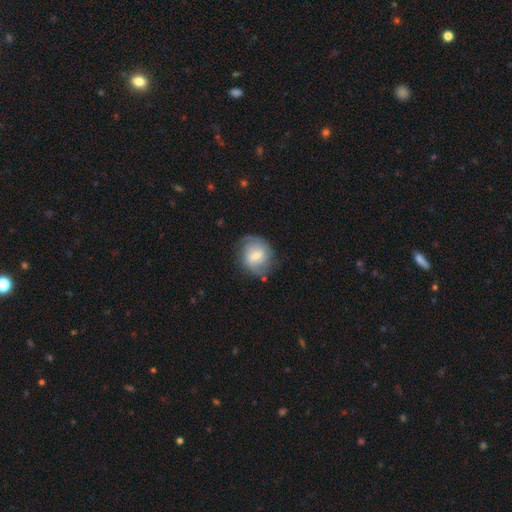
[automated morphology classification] Smooth or featured: featured or disk — 51% (smooth — 42%)
Edge-on disk: no — 96% (yes — 4%)
Merging: none — 65% (minor disturbance — 23%)